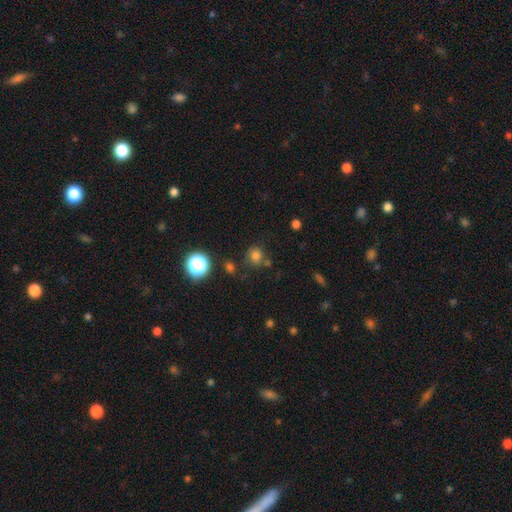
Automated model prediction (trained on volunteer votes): smooth 73%, star or artifact 20%, featured or disk 7%. Down the decision tree: how rounded — round (85%); merging — none (72%).